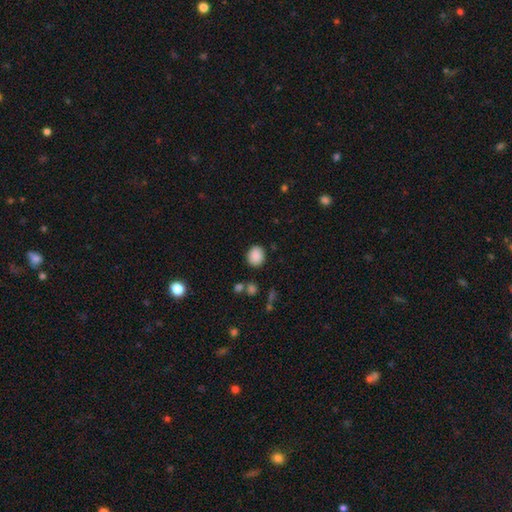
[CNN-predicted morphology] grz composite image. It shows a smooth galaxy with no disk features (87%) that is round (60%). Merging: none (84%).